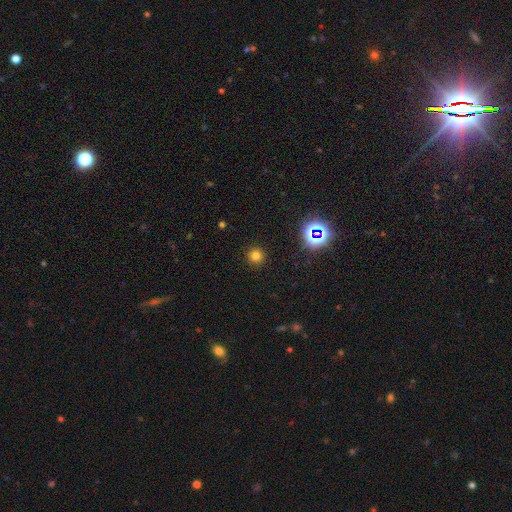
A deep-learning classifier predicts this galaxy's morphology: smooth_or_featured: smooth (p=0.74) [alt: star or artifact p=0.20]
how_rounded: round (p=0.95) [alt: in between p=0.04]
merging: none (p=0.91) [alt: minor disturbance p=0.05]